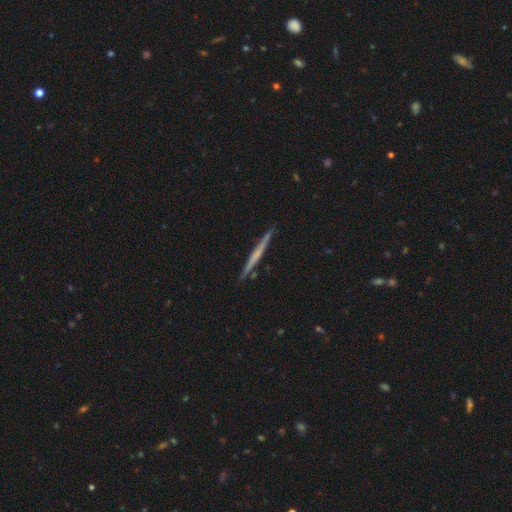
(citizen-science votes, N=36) smooth-or-featured: featured or disk: 67% | smooth: 33% | star or artifact: 0%
  disk-edge-on: yes: 100% | no: 0%
    edge-on-bulge: none: 62% | rounded: 29% | boxy: 8%
  merging: none: 89% | minor disturbance: 6% | major disturbance: 6% | merger: 0%